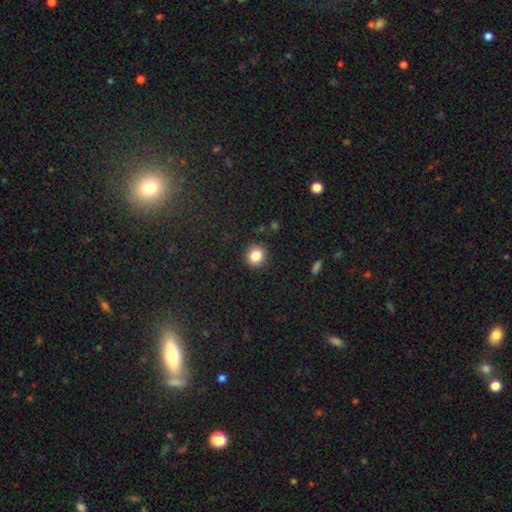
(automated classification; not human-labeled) A smooth galaxy with no disk features (84%) that is round (84%).

Vote fractions:
- Smooth or featured? smooth: 84% / star or artifact: 11% / featured or disk: 5%
- How rounded? round: 84% / in between: 15% / cigar-shaped: 1%
- Merging? none: 90% / minor disturbance: 7% / major disturbance: 2% / merger: 1%